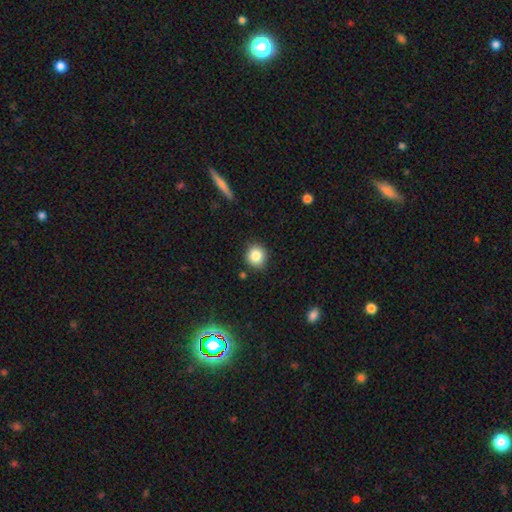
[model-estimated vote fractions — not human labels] A smooth galaxy with no disk features (85%) that is round (88%).

Vote fractions:
- Smooth or featured? smooth: 85% / star or artifact: 10% / featured or disk: 6%
- How rounded? round: 88% / in between: 11% / cigar-shaped: 1%
- Merging? none: 88% / minor disturbance: 8% / major disturbance: 2% / merger: 2%